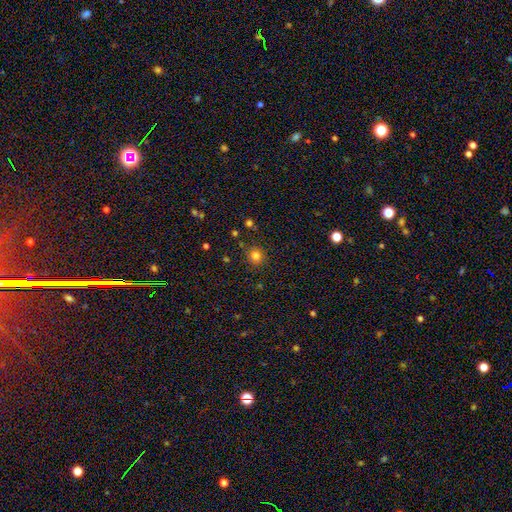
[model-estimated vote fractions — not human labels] smooth 79%, star or artifact 15%, featured or disk 6%. Down the decision tree: how rounded — round (85%); merging — none (82%).